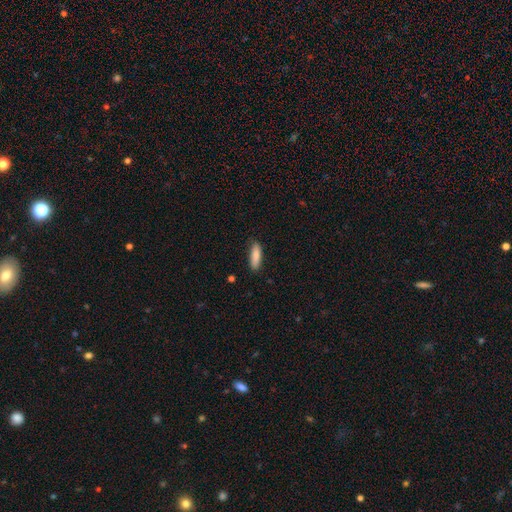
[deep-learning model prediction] Smooth or featured? smooth (86%)
How rounded? cigar-shaped (53%)
Merging? none (84%)